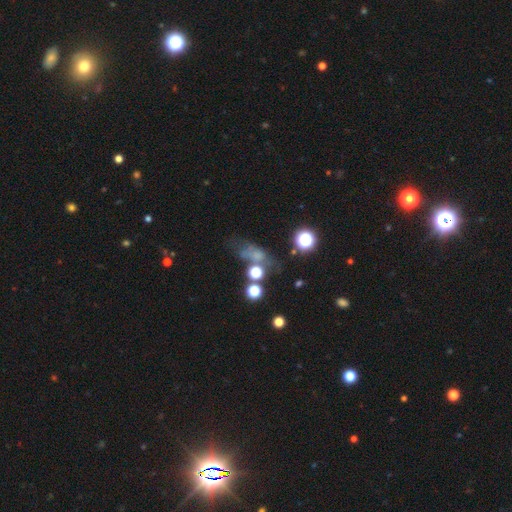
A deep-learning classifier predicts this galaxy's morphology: smooth_or_featured: smooth (p=0.48) [alt: featured or disk p=0.26]
merging: none (p=0.38) [alt: major disturbance p=0.25]